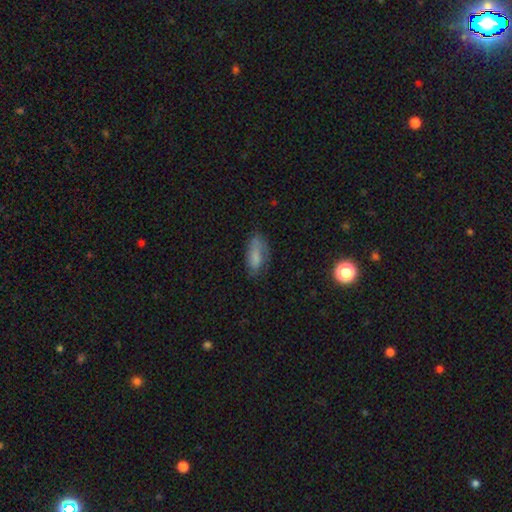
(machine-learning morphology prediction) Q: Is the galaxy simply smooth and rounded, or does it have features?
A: smooth — 71%.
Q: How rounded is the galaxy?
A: in between — 79%.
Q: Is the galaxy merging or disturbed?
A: none — 57%.